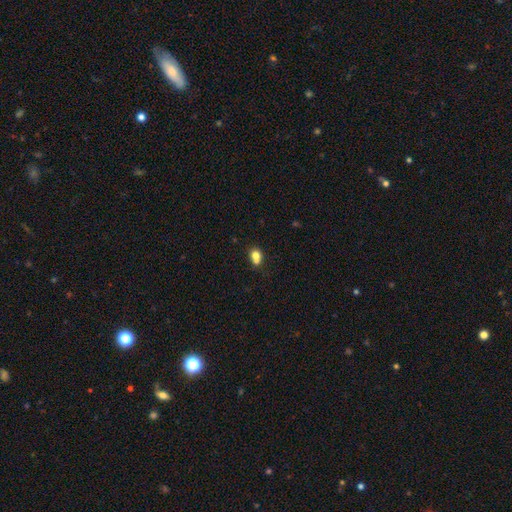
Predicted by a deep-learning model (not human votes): Overall: smooth (77%). How rounded: round (52%; in between 47%). Merging: none (47%; merger 33%).